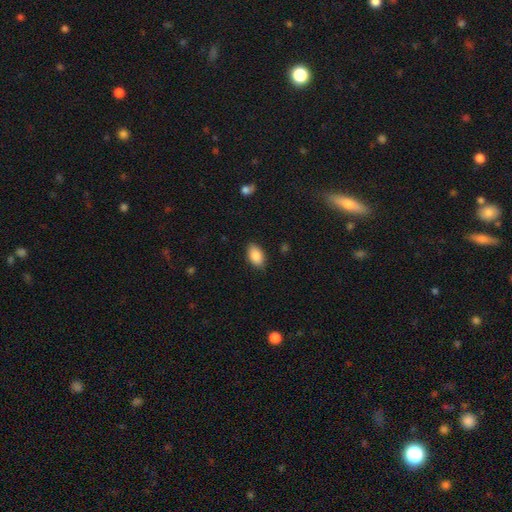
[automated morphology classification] type=smooth (88%); roundness=in between (92%); merging=none (85%).